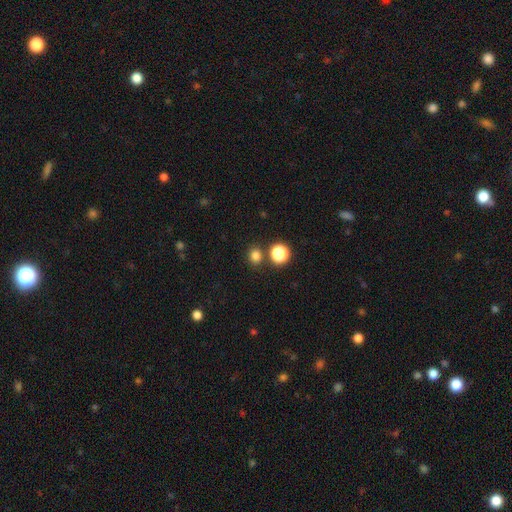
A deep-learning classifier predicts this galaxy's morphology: This is likely a smooth galaxy (79%). How rounded: clearly round (82%). Merging: likely none (79%).